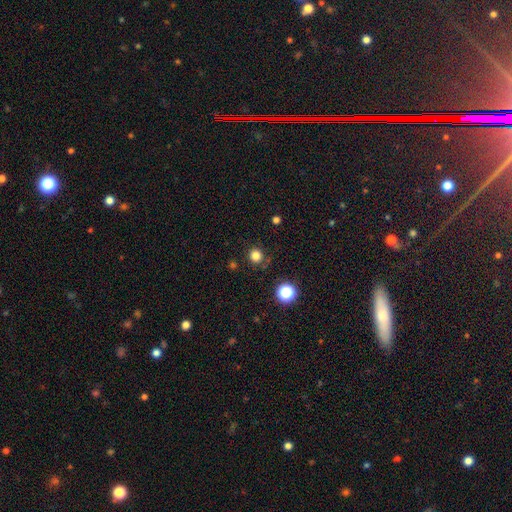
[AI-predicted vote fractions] Smooth or featured: smooth — 81% (star or artifact — 15%)
How rounded: round — 93% (in between — 6%)
Merging: none — 85% (minor disturbance — 9%)